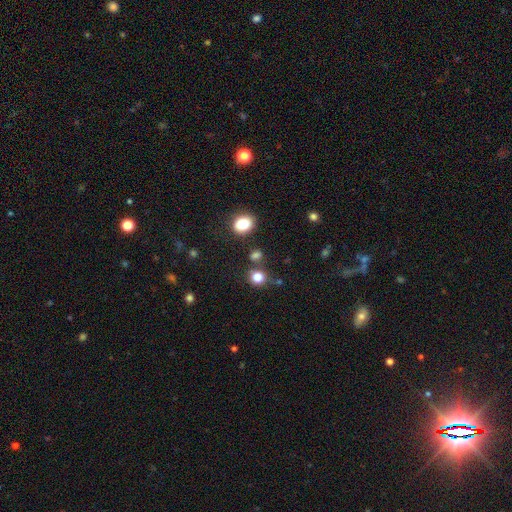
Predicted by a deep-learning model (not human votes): smooth-or-featured: smooth: 78% | star or artifact: 17% | featured or disk: 5%
  how-rounded: round: 73% | in between: 26% | cigar-shaped: 1%
  merging: none: 76% | minor disturbance: 11% | merger: 9% | major disturbance: 4%